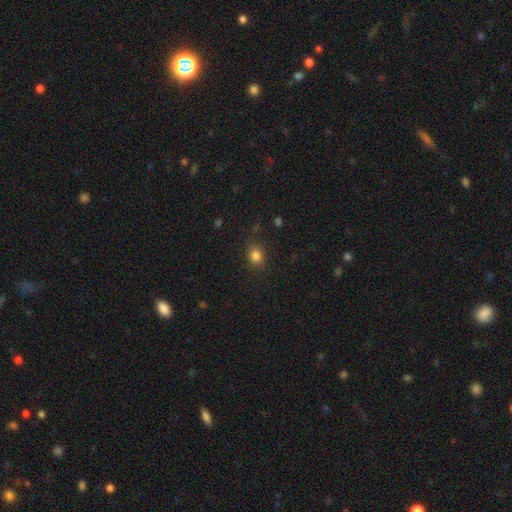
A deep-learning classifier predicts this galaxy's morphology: Overall: smooth (83%). How rounded: round (67%; in between 32%). Merging: none (85%).